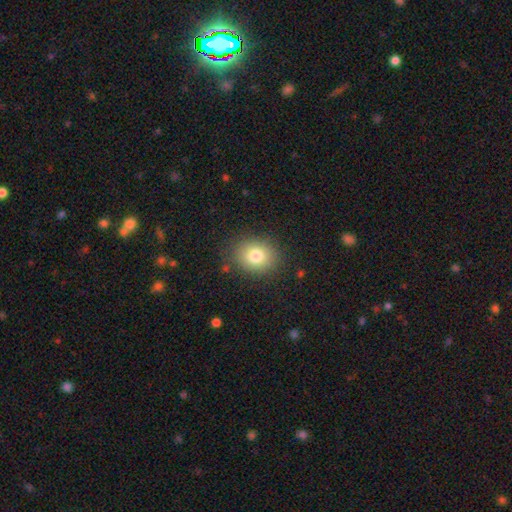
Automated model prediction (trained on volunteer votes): Morphology: type=smooth (79%); roundness=round (62%); merging=none (85%).